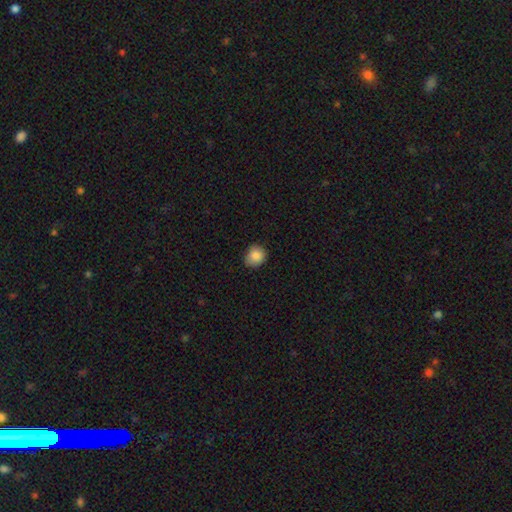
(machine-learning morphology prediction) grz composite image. It shows a smooth galaxy with no disk features (87%) that is round (73%). Merging: none (77%).